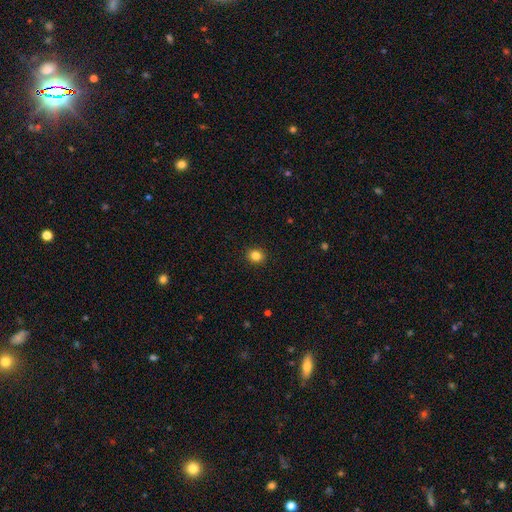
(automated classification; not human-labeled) Q: Smooth or featured?
A: smooth (84%); runner-up: star or artifact (11%)
Q: How rounded?
A: round (82%); runner-up: in between (17%)
Q: Merging?
A: none (92%); runner-up: minor disturbance (5%)